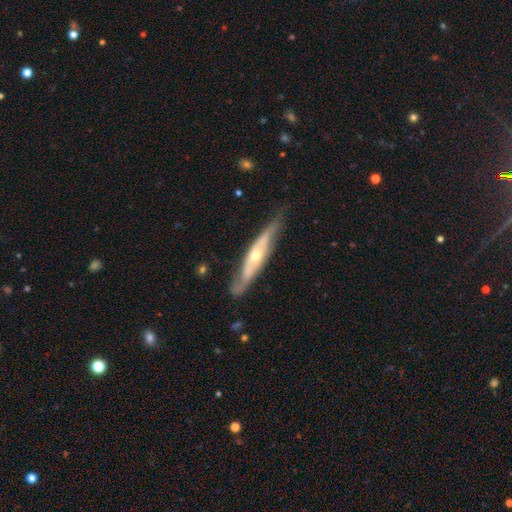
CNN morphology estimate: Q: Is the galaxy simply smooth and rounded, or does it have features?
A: featured or disk — 72%.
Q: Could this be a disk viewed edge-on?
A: yes — 61%.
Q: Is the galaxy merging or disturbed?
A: none — 69%.